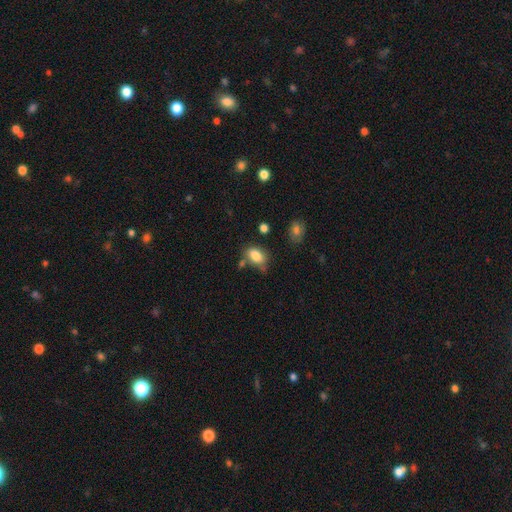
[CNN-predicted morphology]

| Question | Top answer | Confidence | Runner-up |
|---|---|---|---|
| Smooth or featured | smooth | 82% | featured or disk (9%) |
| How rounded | in between | 86% | round (12%) |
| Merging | none | 56% | minor disturbance (25%) |